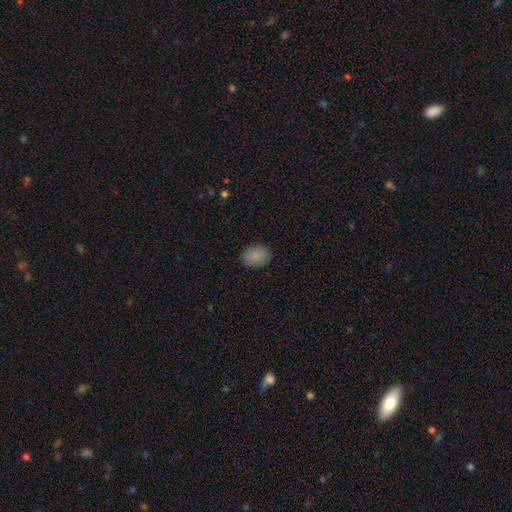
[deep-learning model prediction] smooth_or_featured: smooth (p=0.87) [alt: star or artifact p=0.08]
how_rounded: in between (p=0.66) [alt: round p=0.33]
merging: none (p=0.88) [alt: minor disturbance p=0.09]